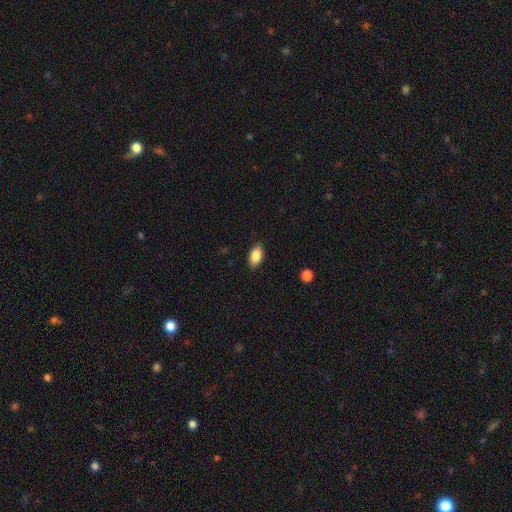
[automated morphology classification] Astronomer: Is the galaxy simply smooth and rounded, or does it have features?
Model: smooth — 86%.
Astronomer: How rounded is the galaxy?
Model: in between — 92%.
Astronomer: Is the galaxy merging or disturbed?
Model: none — 87%.